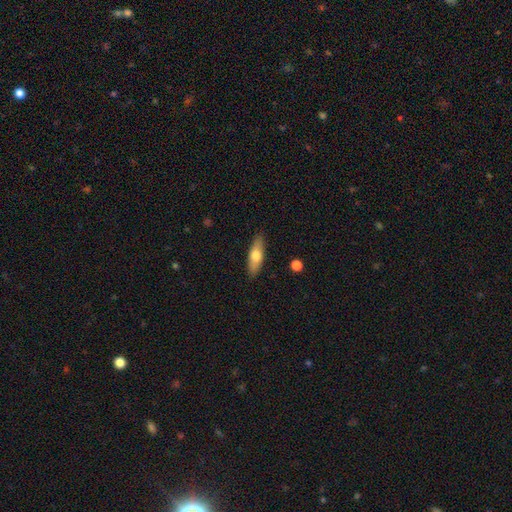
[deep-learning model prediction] Q: Smooth or featured?
A: smooth (65%); runner-up: featured or disk (29%)
Q: How rounded?
A: in between (54%); runner-up: cigar-shaped (44%)
Q: Merging?
A: none (88%); runner-up: minor disturbance (9%)